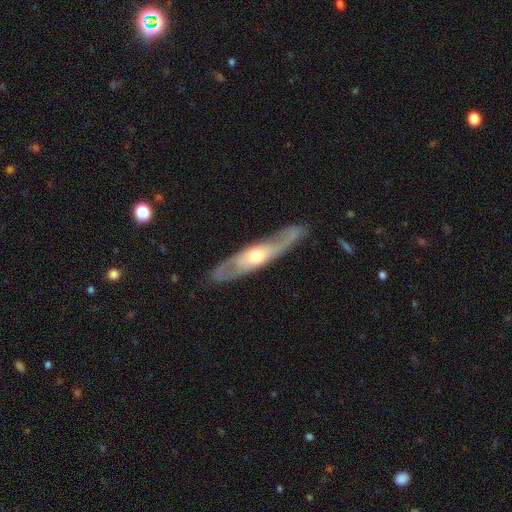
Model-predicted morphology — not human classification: Smooth or featured? Predicted: featured or disk (p=0.73). Edge-on disk? Predicted: no (p=0.59). Merging? Predicted: none (p=0.80).